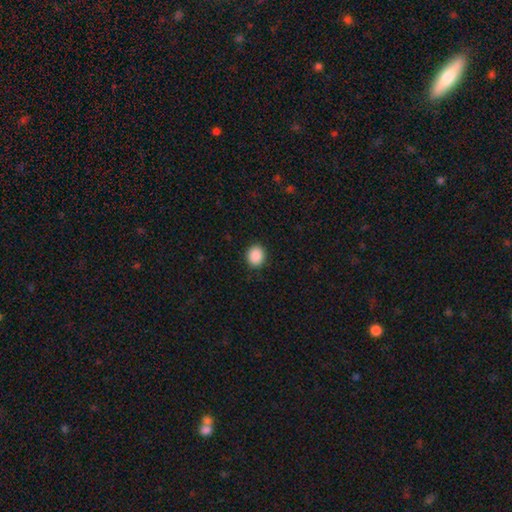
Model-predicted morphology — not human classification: Q: Smooth or featured?
A: smooth (90%); runner-up: star or artifact (8%)
Q: How rounded?
A: round (72%); runner-up: in between (28%)
Q: Merging?
A: none (90%); runner-up: minor disturbance (7%)